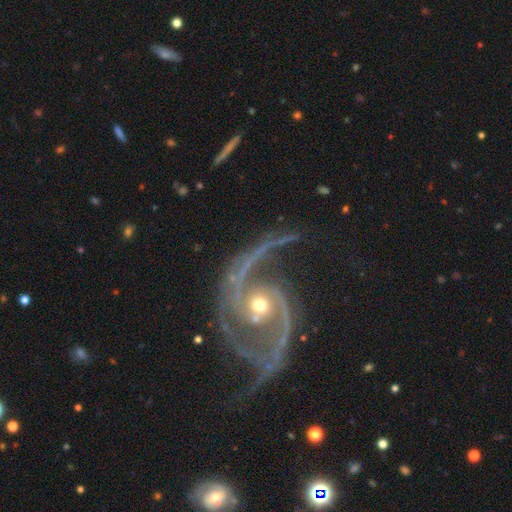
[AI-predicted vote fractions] The model was most divided on "bulge size": moderate: 53%, small: 42%, large: 3%, none: 1%, dominant: 1%. More confident: spiral arms — yes (98%); edge-on disk — no (98%); smooth or featured — featured or disk (93%); spiral arm count — 2 (89%); merging — none (63%); bar — no (51%); spiral winding — medium (51%).